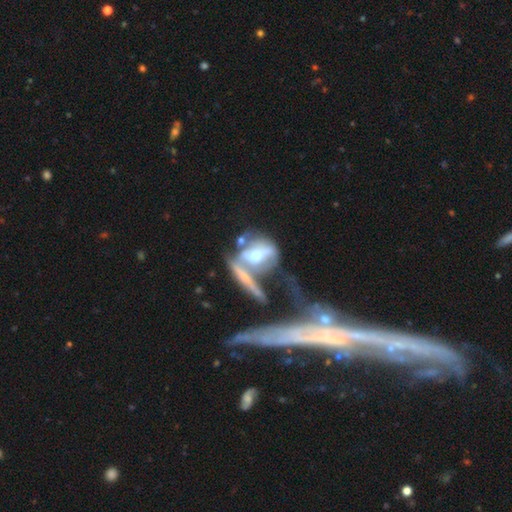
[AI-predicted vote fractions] A featured or disk galaxy (62%). Merging: merger (44%).